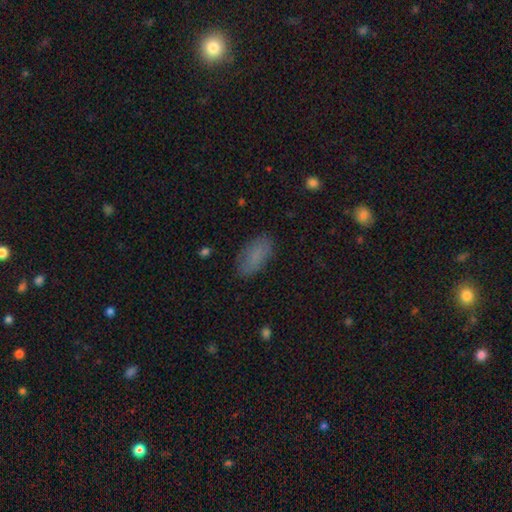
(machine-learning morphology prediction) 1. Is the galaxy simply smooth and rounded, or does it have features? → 82% smooth, 9% star or artifact, 9% featured or disk.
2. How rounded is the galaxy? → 91% in between, 6% cigar-shaped, 3% round.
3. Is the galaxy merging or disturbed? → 83% none, 12% minor disturbance, 4% major disturbance, 1% merger.